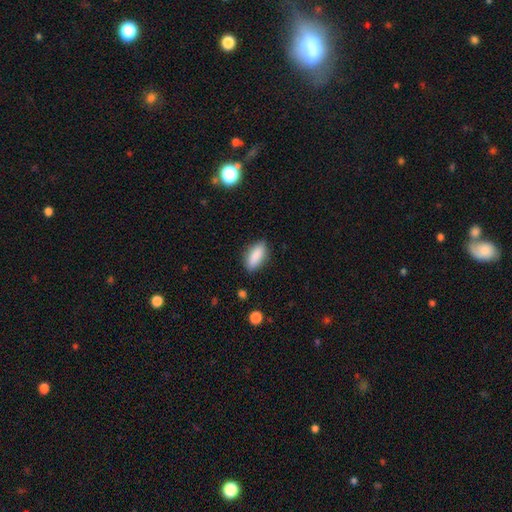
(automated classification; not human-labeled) smooth-or-featured: smooth: 86% | star or artifact: 7% | featured or disk: 7%
  how-rounded: in between: 76% | cigar-shaped: 21% | round: 3%
  merging: none: 85% | minor disturbance: 11% | major disturbance: 3% | merger: 1%